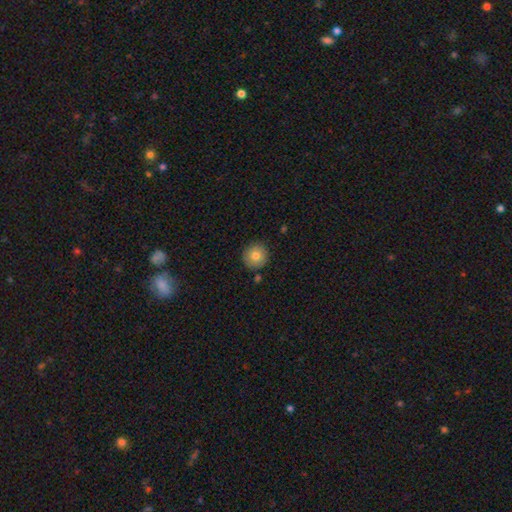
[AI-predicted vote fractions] The model was most divided on "smooth or featured": smooth: 80%, featured or disk: 11%, star or artifact: 9%. More confident: how rounded — round (95%); merging — none (87%).